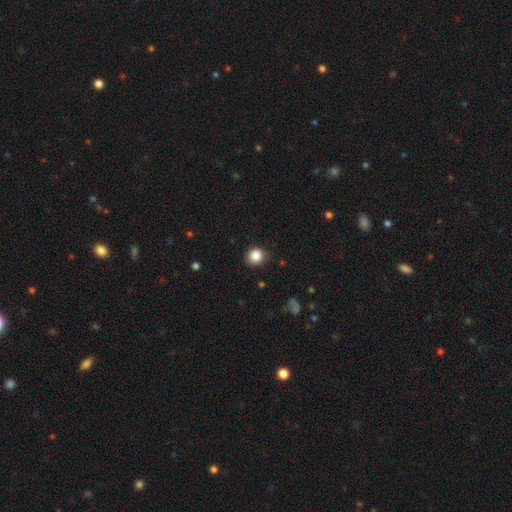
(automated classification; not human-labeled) Smooth or featured?
  - smooth: 86% *
  - star or artifact: 10%
  - featured or disk: 4%
How rounded?
  - round: 88% *
  - in between: 12%
  - cigar-shaped: 1%
Merging?
  - none: 86% *
  - minor disturbance: 11%
  - major disturbance: 2%
  - merger: 1%